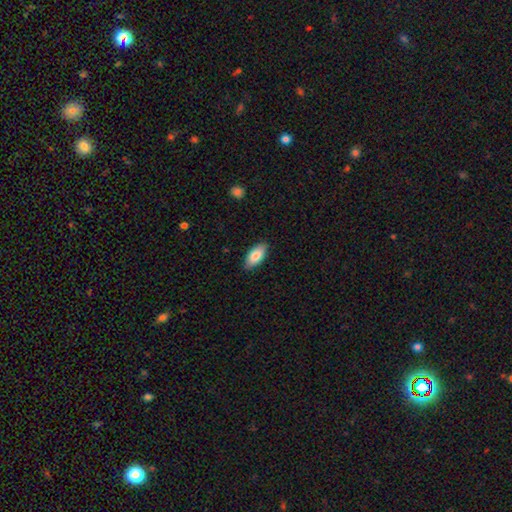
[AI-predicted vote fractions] This is clearly a smooth galaxy (83%). How rounded: clearly in between (91%). Merging: clearly none (87%).